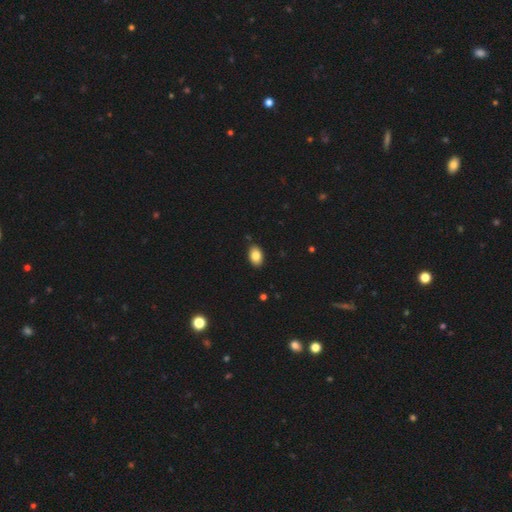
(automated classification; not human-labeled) A smooth galaxy with no disk features (85%) that is in between round and cigar-shaped (87%).

Vote fractions:
- Smooth or featured? smooth: 85% / star or artifact: 8% / featured or disk: 7%
- How rounded? in between: 87% / round: 12% / cigar-shaped: 1%
- Merging? none: 88% / minor disturbance: 9% / major disturbance: 2% / merger: 1%